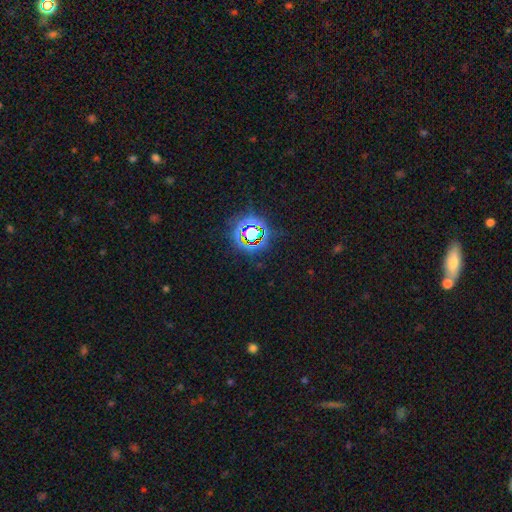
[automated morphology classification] The model was most divided on "smooth or featured": star or artifact: 78%, smooth: 13%, featured or disk: 8%.